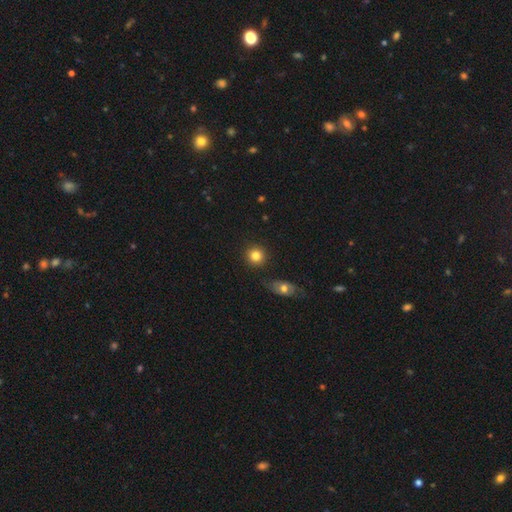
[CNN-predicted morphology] A smooth galaxy with no disk features (83%) that is round (90%). Merging: none (87%).